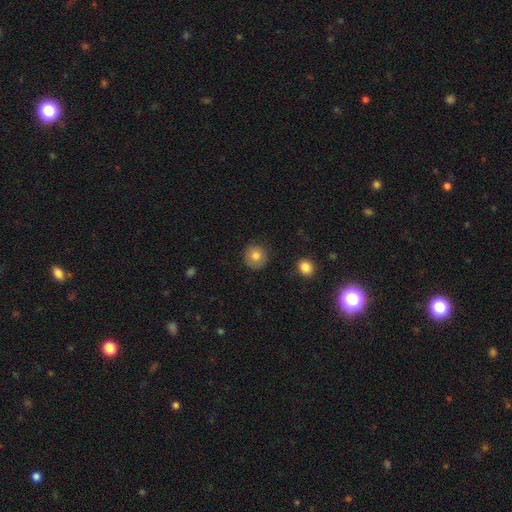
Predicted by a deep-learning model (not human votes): smooth-or-featured: smooth: 79% | featured or disk: 12% | star or artifact: 9%
  how-rounded: round: 93% | in between: 6% | cigar-shaped: 1%
  merging: none: 88% | minor disturbance: 9% | major disturbance: 2% | merger: 1%